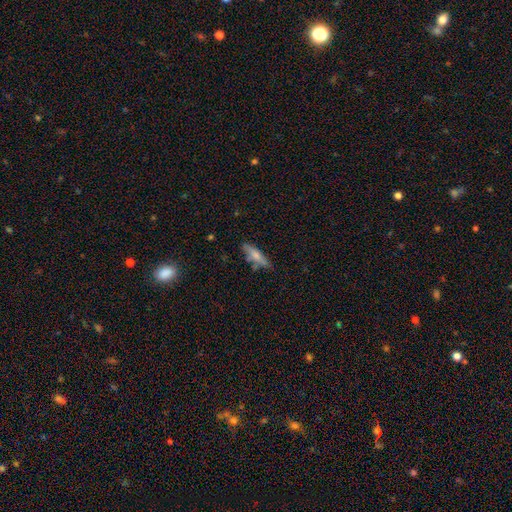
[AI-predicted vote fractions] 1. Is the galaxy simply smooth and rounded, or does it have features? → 65% smooth, 28% featured or disk, 7% star or artifact.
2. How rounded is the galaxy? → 66% cigar-shaped, 32% in between, 2% round.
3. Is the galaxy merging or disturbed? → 64% none, 22% minor disturbance, 8% merger, 6% major disturbance.